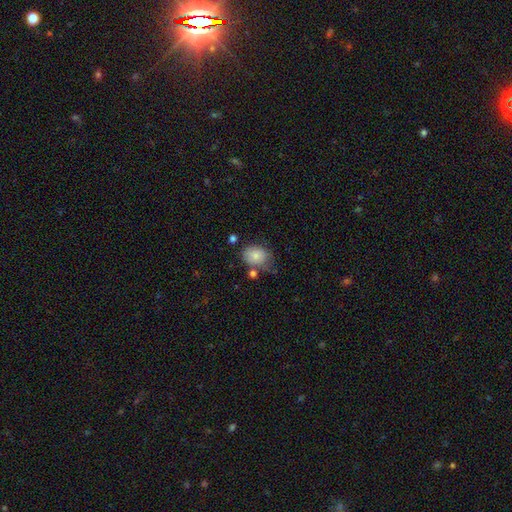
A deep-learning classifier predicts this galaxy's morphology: type=smooth (81%); roundness=in between (62%); merging=none (52%).